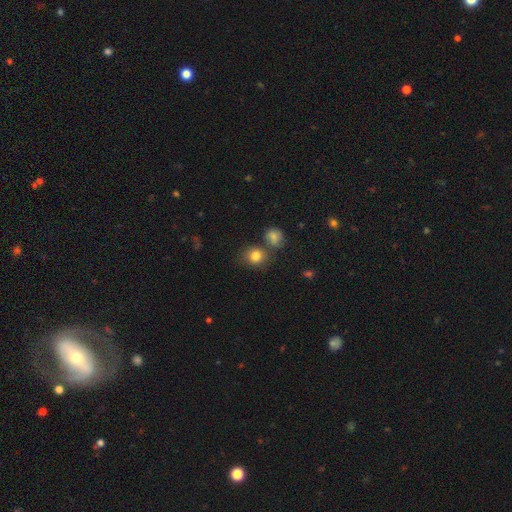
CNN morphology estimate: Smooth or featured: smooth — 82% (star or artifact — 10%)
How rounded: round — 81% (in between — 18%)
Merging: none — 67% (merger — 18%)